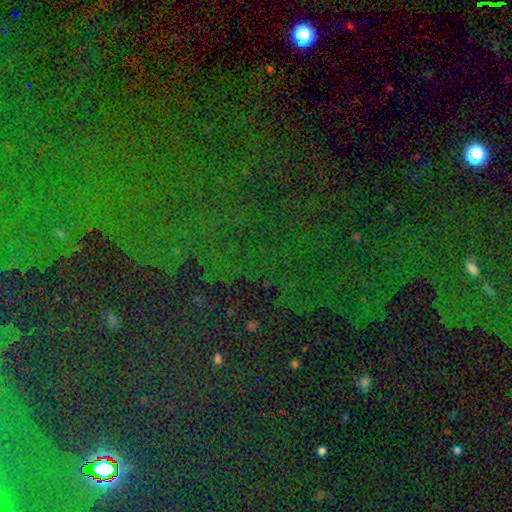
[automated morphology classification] star or artifact 80%, smooth 11%, featured or disk 9%.